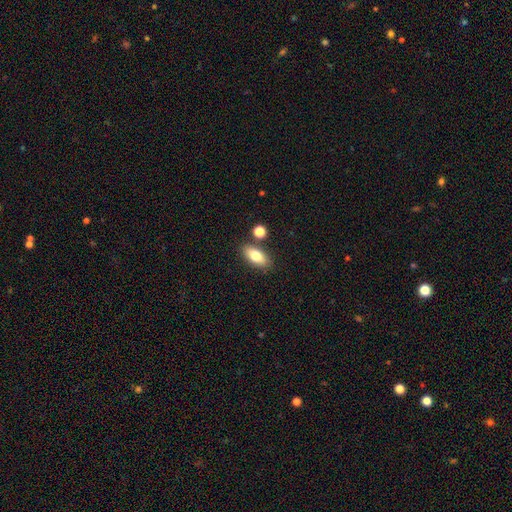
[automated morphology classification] Q: Smooth or featured?
A: smooth (78%); runner-up: featured or disk (15%)
Q: How rounded?
A: in between (85%); runner-up: cigar-shaped (10%)
Q: Merging?
A: none (79%); runner-up: minor disturbance (10%)